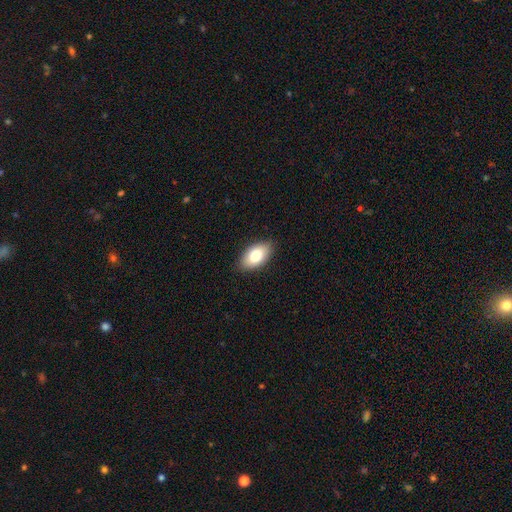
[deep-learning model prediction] The model was most divided on "smooth or featured": smooth: 79%, featured or disk: 14%, star or artifact: 7%. More confident: how rounded — in between (93%); merging — none (87%).